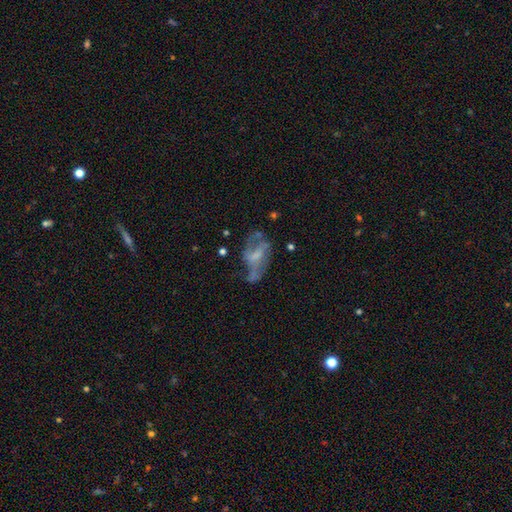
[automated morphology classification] Smooth or featured: featured or disk — 63% (smooth — 26%)
Edge-on disk: no — 95% (yes — 5%)
Bar: no — 44% (weak — 40%)
Spiral arms: yes — 55% (no — 45%)
Bulge size: none — 35% (small — 30%)
Merging: major disturbance — 35% (none — 34%)